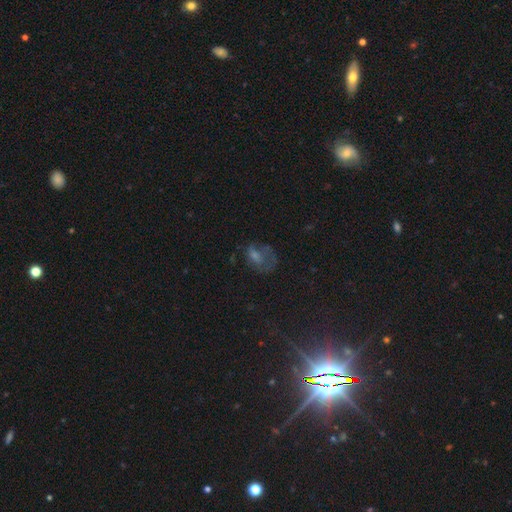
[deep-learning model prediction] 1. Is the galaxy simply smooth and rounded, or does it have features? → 35% featured or disk (tied), 35% star or artifact (tied), 30% smooth.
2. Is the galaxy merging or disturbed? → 51% none, 23% major disturbance, 22% minor disturbance, 3% merger.